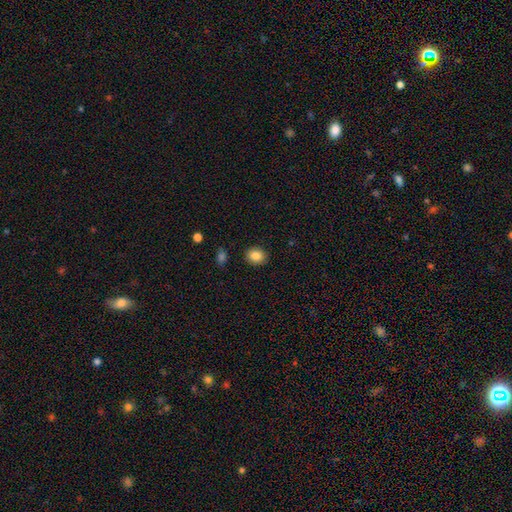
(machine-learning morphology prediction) smooth 86%, star or artifact 9%, featured or disk 5%. Down the decision tree: how rounded — round (56%); merging — none (89%).